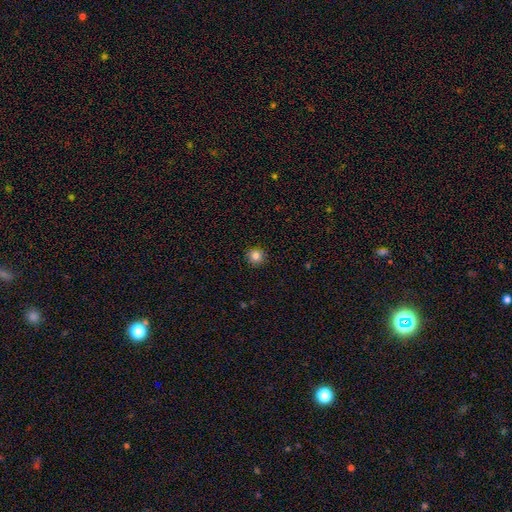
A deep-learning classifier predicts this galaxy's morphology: Q: Smooth or featured?
A: smooth (83%); runner-up: star or artifact (12%)
Q: How rounded?
A: round (95%); runner-up: in between (4%)
Q: Merging?
A: none (92%); runner-up: minor disturbance (5%)